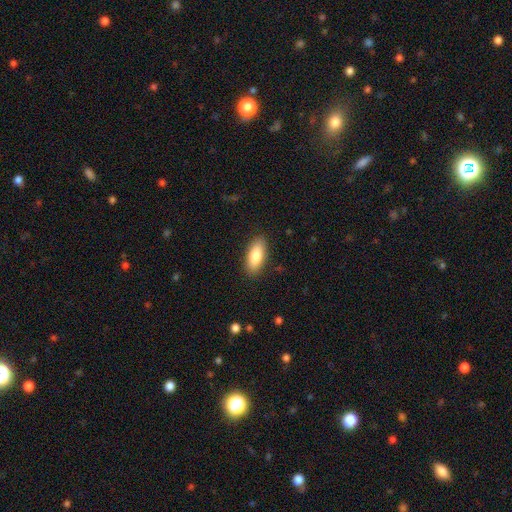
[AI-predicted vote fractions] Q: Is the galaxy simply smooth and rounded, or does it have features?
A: smooth — 84%.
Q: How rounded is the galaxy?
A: in between — 81%.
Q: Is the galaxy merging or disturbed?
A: none — 88%.